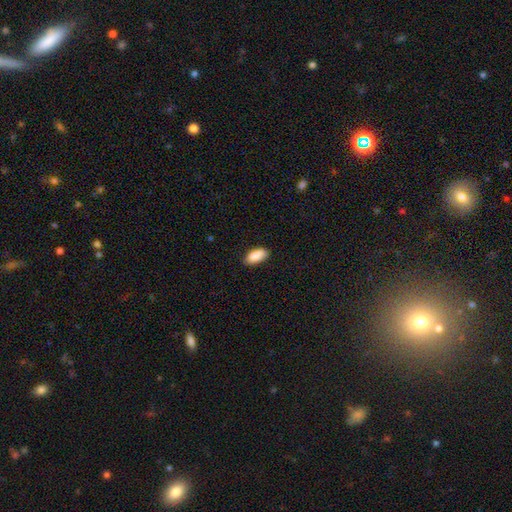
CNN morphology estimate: smooth_or_featured: smooth (p=0.88) [alt: star or artifact p=0.06]
how_rounded: in between (p=0.91) [alt: cigar-shaped p=0.07]
merging: none (p=0.81) [alt: minor disturbance p=0.15]